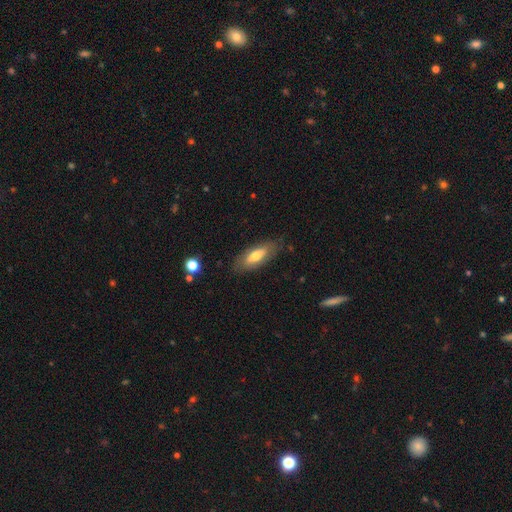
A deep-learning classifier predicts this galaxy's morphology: smooth_or_featured: smooth (p=0.63) [alt: featured or disk p=0.31]
how_rounded: in between (p=0.70) [alt: cigar-shaped p=0.28]
merging: none (p=0.81) [alt: minor disturbance p=0.14]